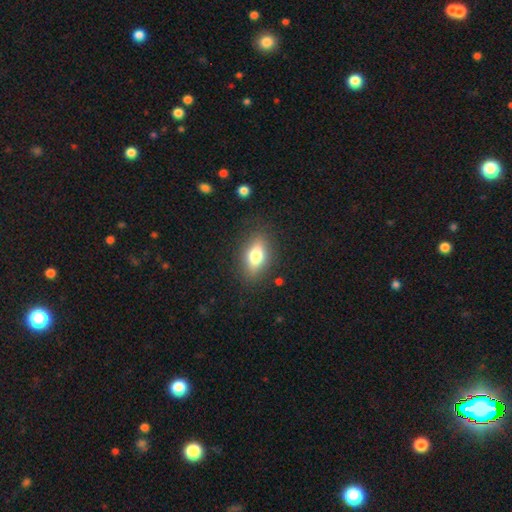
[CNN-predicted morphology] Overall: smooth (69%). How rounded: in between (79%). Merging: none (84%).